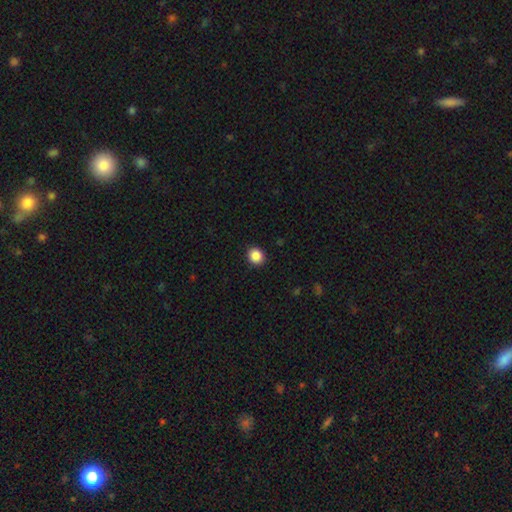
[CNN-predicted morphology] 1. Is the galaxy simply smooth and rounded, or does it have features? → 88% smooth, 9% star or artifact, 3% featured or disk.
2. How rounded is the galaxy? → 80% round, 19% in between, 1% cigar-shaped.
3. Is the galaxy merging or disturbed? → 91% none, 6% minor disturbance, 2% major disturbance, 1% merger.